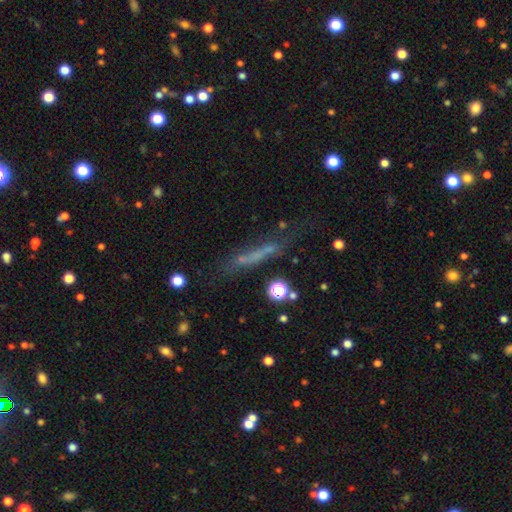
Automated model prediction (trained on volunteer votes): smooth_or_featured: smooth (p=0.46) [alt: featured or disk p=0.35]
merging: none (p=0.52) [alt: minor disturbance p=0.23]